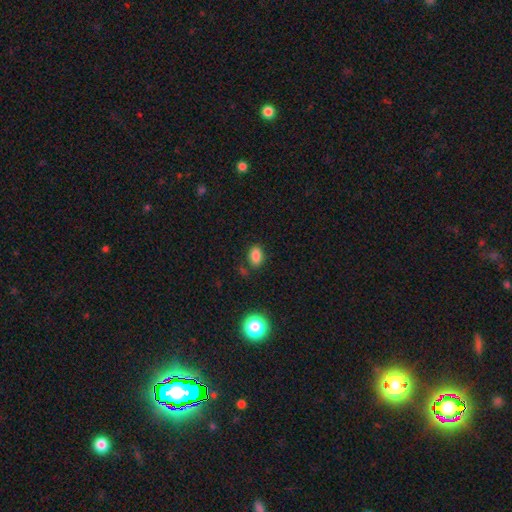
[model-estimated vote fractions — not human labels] A smooth galaxy with no disk features (83%) that is in between round and cigar-shaped (85%). Merging: none (81%).